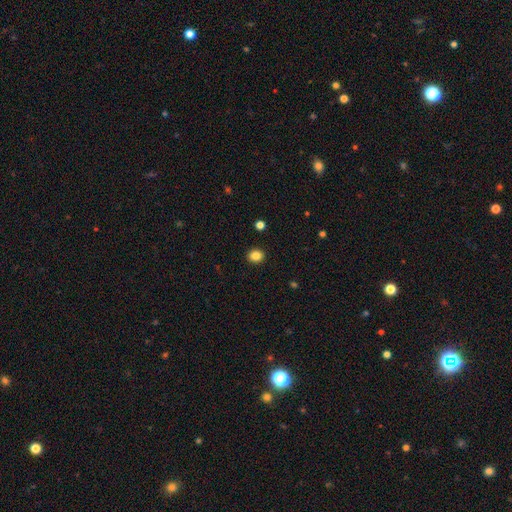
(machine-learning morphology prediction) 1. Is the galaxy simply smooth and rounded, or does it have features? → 85% smooth, 11% star or artifact, 4% featured or disk.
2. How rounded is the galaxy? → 69% round, 30% in between, 1% cigar-shaped.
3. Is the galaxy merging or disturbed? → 92% none, 6% minor disturbance, 2% major disturbance, 1% merger.